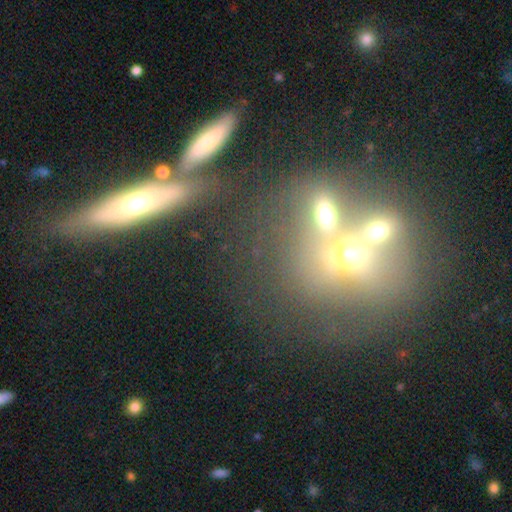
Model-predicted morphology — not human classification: Q: Smooth or featured?
A: smooth (45%); runner-up: featured or disk (33%)
Q: Merging?
A: merger (44%); runner-up: none (40%)